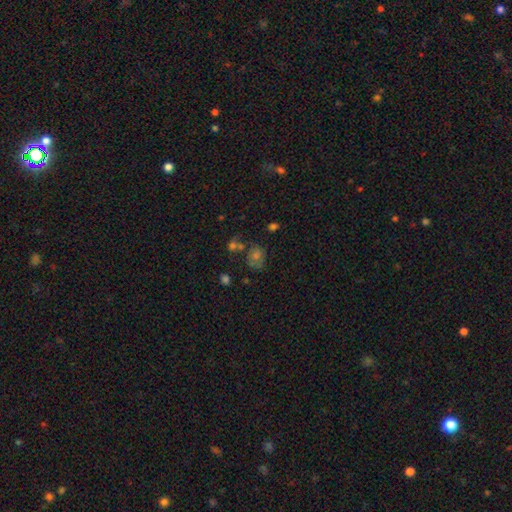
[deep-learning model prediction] A smooth galaxy with no disk features (44%). Merging: none (57%).